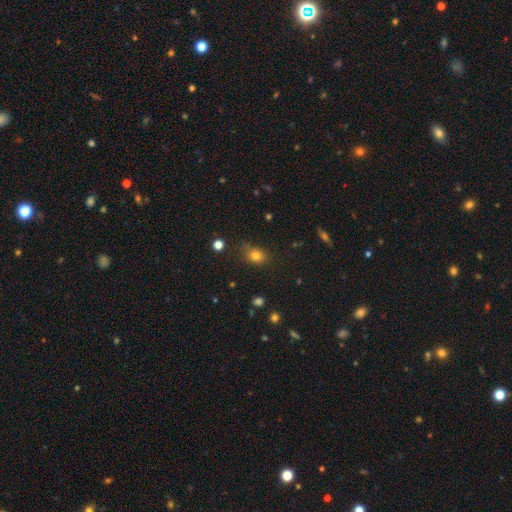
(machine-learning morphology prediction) type=smooth (78%); roundness=round (55%); merging=none (70%).